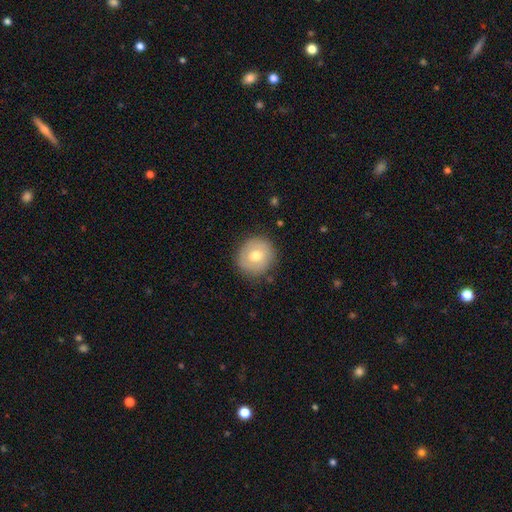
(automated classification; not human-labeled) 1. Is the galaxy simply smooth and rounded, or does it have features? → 67% smooth, 25% featured or disk, 8% star or artifact.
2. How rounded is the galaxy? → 91% round, 8% in between, 1% cigar-shaped.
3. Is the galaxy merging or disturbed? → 85% none, 11% minor disturbance, 3% major disturbance, 1% merger.